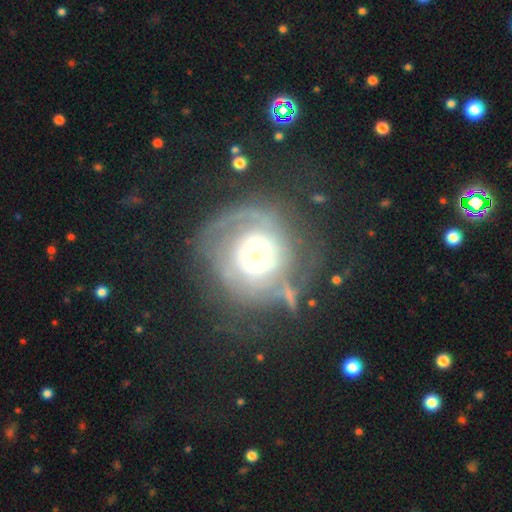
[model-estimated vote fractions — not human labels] Smooth or featured: featured or disk — 72% (smooth — 20%)
Edge-on disk: no — 96% (yes — 4%)
Bar: no — 83% (weak — 13%)
Spiral arms: yes — 68% (no — 32%)
Bulge size: moderate — 60% (large — 22%)
Merging: none — 56% (major disturbance — 22%)